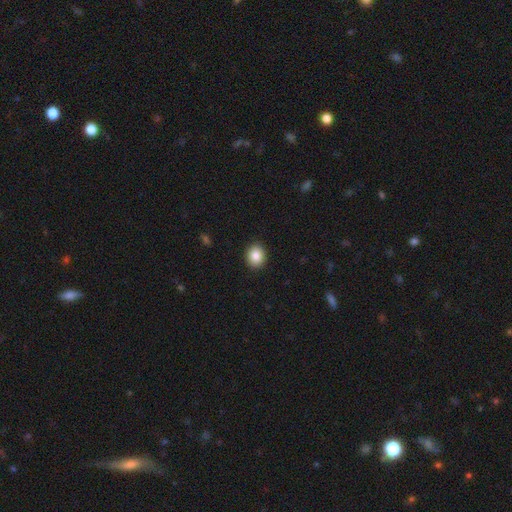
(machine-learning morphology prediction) A smooth galaxy with no disk features (86%) that is round (62%).

Vote fractions:
- Smooth or featured? smooth: 86% / star or artifact: 9% / featured or disk: 5%
- How rounded? round: 62% / in between: 37% / cigar-shaped: 1%
- Merging? none: 91% / minor disturbance: 6% / major disturbance: 2% / merger: 1%